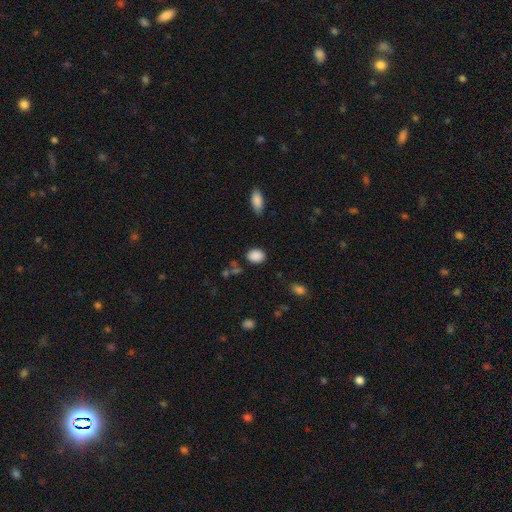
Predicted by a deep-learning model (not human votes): This appears to be a smooth galaxy with no disk features (88%) that is in between round and cigar-shaped (55%). Merging: none (83%).